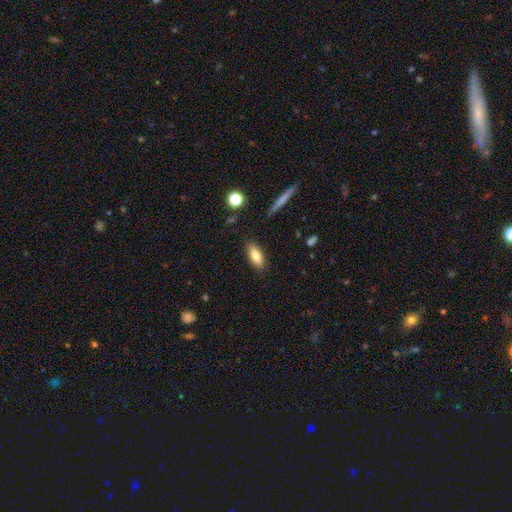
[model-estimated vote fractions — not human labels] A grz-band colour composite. It shows a smooth galaxy with no disk features (77%) that is in between round and cigar-shaped (75%). Merging: none (85%).